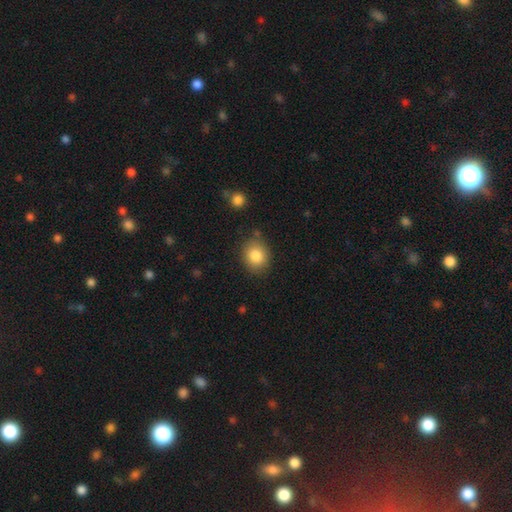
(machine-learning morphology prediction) A smooth galaxy with no disk features (84%) that is round (65%). Merging: none (80%).